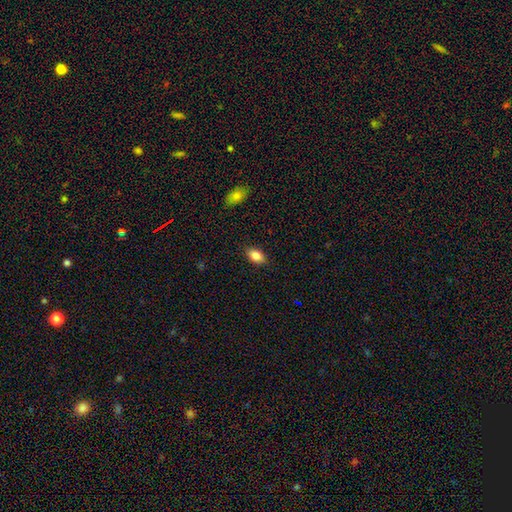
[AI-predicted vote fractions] Q: Smooth or featured?
A: smooth (85%); runner-up: star or artifact (8%)
Q: How rounded?
A: in between (87%); runner-up: round (10%)
Q: Merging?
A: none (87%); runner-up: minor disturbance (10%)